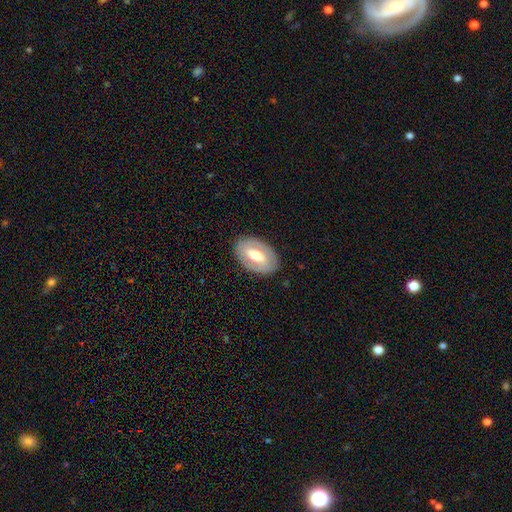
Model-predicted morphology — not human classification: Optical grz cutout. It shows a featured or disk galaxy (54%). Merging: none (85%).